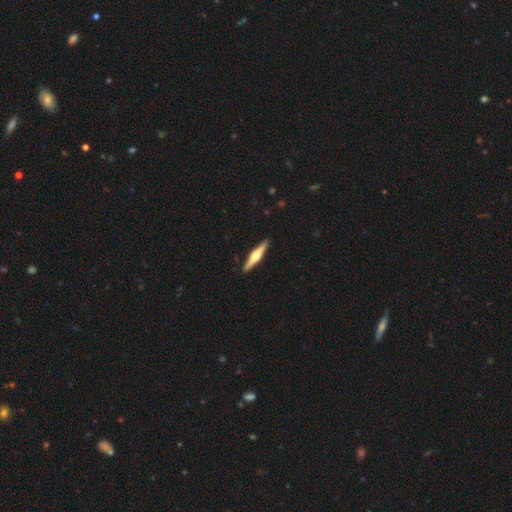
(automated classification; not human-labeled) smooth_or_featured: featured or disk (p=0.65) [alt: smooth p=0.31]
disk_edge_on: yes (p=0.97) [alt: no p=0.03]
edge_on_bulge: rounded (p=0.92) [alt: boxy p=0.05]
merging: none (p=0.91) [alt: minor disturbance p=0.06]